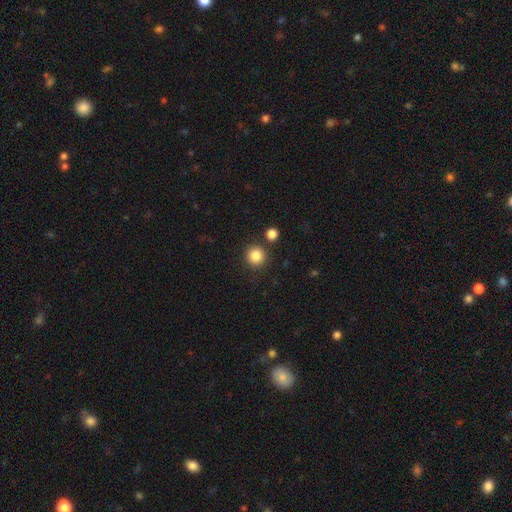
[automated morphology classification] Smooth or featured?
  - smooth: 86% *
  - star or artifact: 11%
  - featured or disk: 4%
How rounded?
  - round: 94% *
  - in between: 5%
  - cigar-shaped: 1%
Merging?
  - none: 85% *
  - minor disturbance: 6%
  - merger: 6%
  - major disturbance: 2%